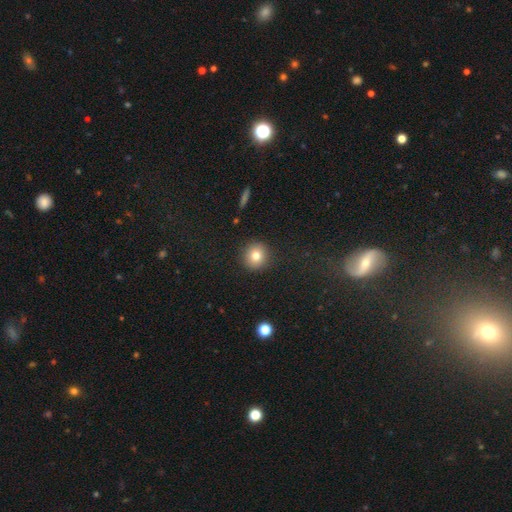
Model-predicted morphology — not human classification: Overall: smooth (78%). How rounded: round (92%). Merging: none (91%).